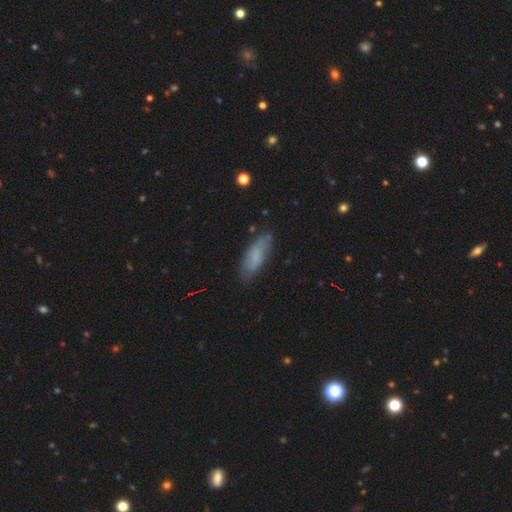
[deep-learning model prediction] This appears to be a smooth galaxy with no disk features (71%) that is in between round and cigar-shaped (66%). Merging: none (72%).